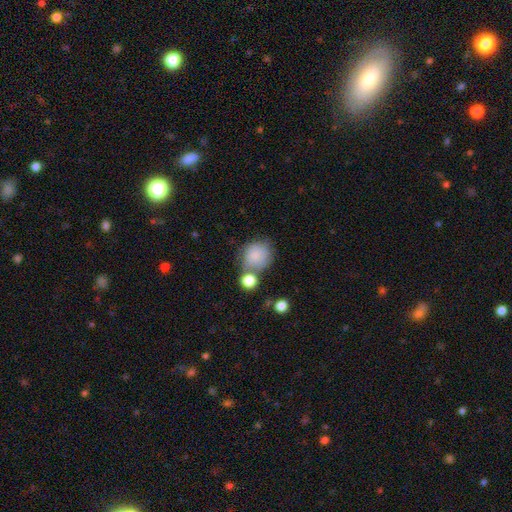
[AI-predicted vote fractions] Smooth or featured?
  - smooth: 80% *
  - featured or disk: 11%
  - star or artifact: 9%
How rounded?
  - round: 76% *
  - in between: 23%
  - cigar-shaped: 1%
Merging?
  - none: 48% *
  - merger: 25%
  - minor disturbance: 19%
  - major disturbance: 8%